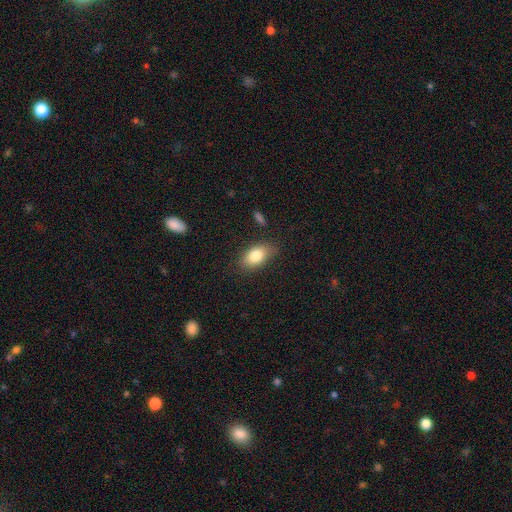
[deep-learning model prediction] This is clearly a smooth galaxy (81%). How rounded: clearly in between (88%). Merging: likely none (79%).